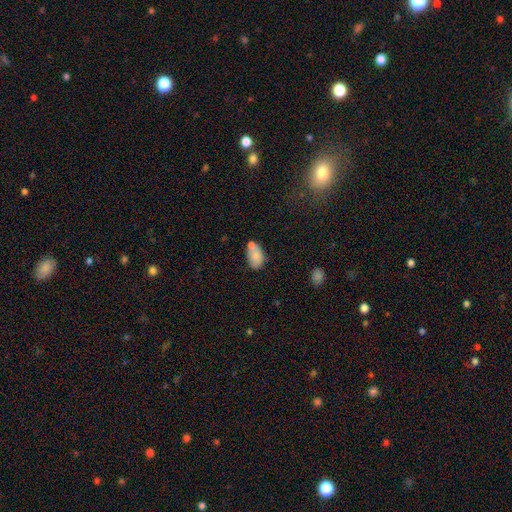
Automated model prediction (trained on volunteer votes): A smooth galaxy with no disk features (77%) that is in between round and cigar-shaped (90%).

Vote fractions:
- Smooth or featured? smooth: 77% / featured or disk: 15% / star or artifact: 8%
- How rounded? in between: 90% / round: 9% / cigar-shaped: 2%
- Merging? none: 45% / merger: 28% / minor disturbance: 21% / major disturbance: 7%